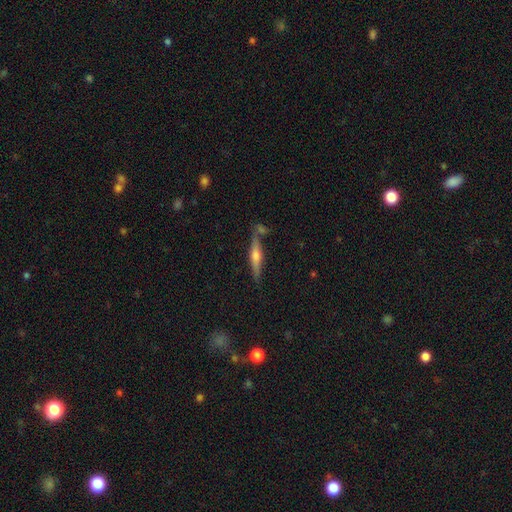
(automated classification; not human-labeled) This is likely a featured or disk galaxy (71%). It is clearly viewed edge-on (97%). Edge-on bulge: clearly rounded (83%). Merging: likely none (79%).